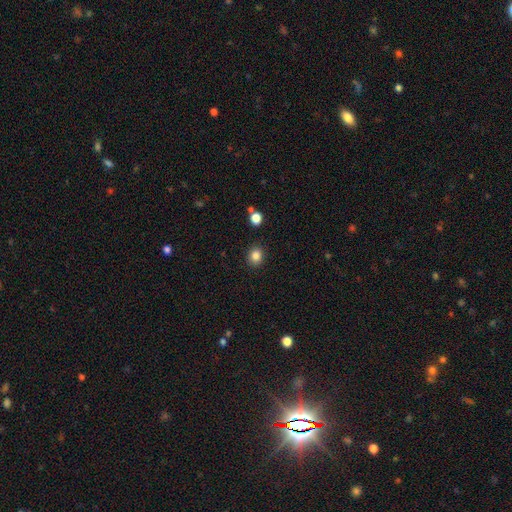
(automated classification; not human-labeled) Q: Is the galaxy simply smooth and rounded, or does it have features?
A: smooth — 84%.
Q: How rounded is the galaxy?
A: round — 74%.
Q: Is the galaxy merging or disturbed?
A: none — 89%.